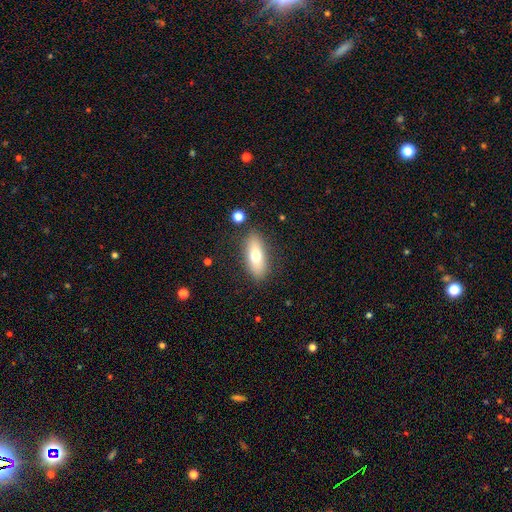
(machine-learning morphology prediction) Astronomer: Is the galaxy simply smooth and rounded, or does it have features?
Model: smooth — 67%.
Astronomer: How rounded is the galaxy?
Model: in between — 72%.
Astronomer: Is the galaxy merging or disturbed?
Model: none — 82%.